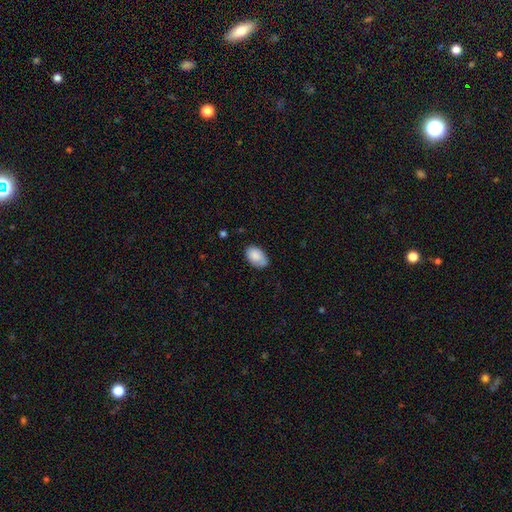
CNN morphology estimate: This appears to be a smooth galaxy with no disk features (86%) that is in between round and cigar-shaped (90%). Merging: none (71%).